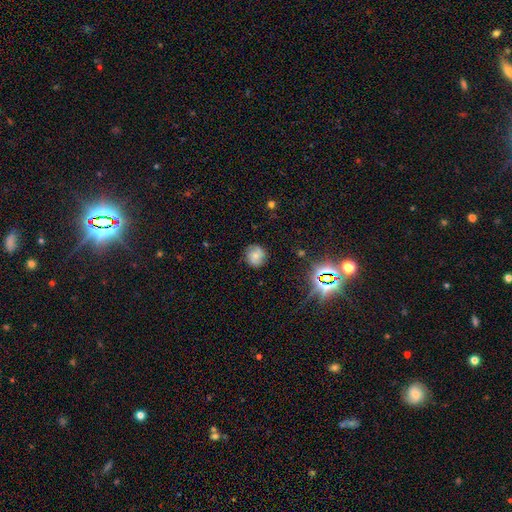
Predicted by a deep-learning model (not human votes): A smooth galaxy with no disk features (59%) that is round (85%). Merging: none (78%).